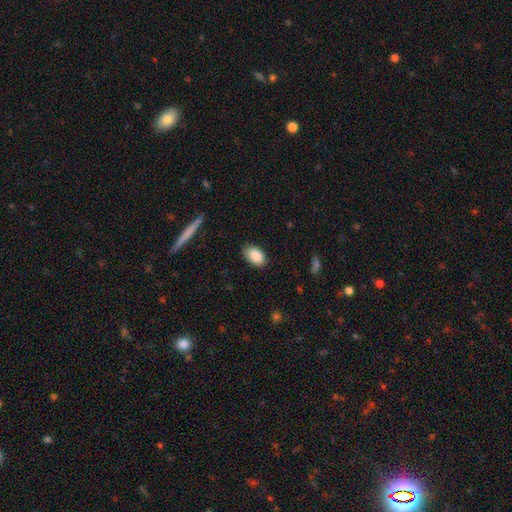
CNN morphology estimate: This is clearly a smooth galaxy (89%). How rounded: clearly in between (92%). Merging: clearly none (84%).